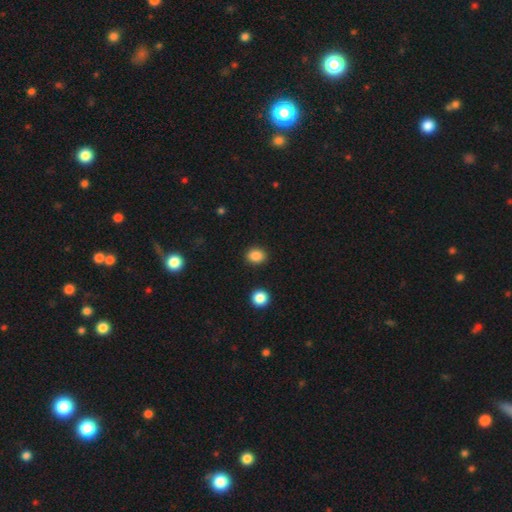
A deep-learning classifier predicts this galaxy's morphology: Q: Smooth or featured?
A: smooth (86%); runner-up: star or artifact (10%)
Q: How rounded?
A: round (54%); runner-up: in between (45%)
Q: Merging?
A: none (89%); runner-up: minor disturbance (7%)